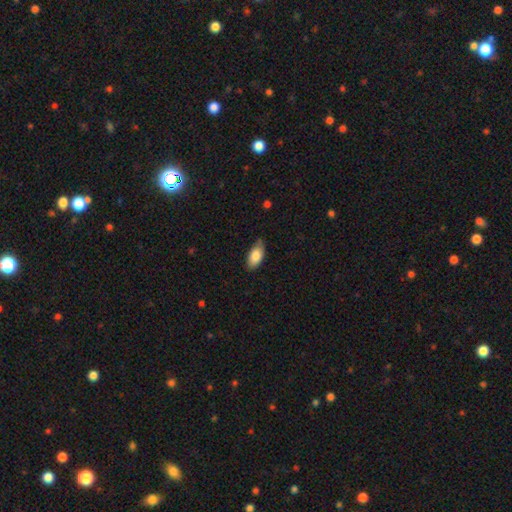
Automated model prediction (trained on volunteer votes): A smooth galaxy with no disk features (83%) that is in between round and cigar-shaped (92%).

Vote fractions:
- Smooth or featured? smooth: 83% / featured or disk: 11% / star or artifact: 7%
- How rounded? in between: 92% / cigar-shaped: 5% / round: 3%
- Merging? none: 75% / minor disturbance: 20% / major disturbance: 3% / merger: 1%